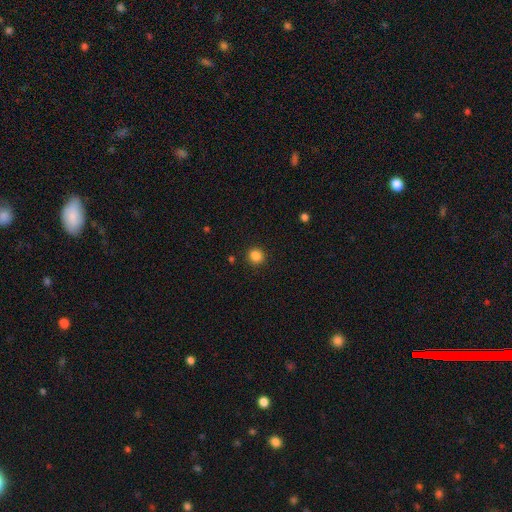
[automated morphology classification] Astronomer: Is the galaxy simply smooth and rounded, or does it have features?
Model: smooth — 85%.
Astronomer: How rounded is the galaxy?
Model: round — 87%.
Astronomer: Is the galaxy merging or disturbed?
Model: none — 90%.